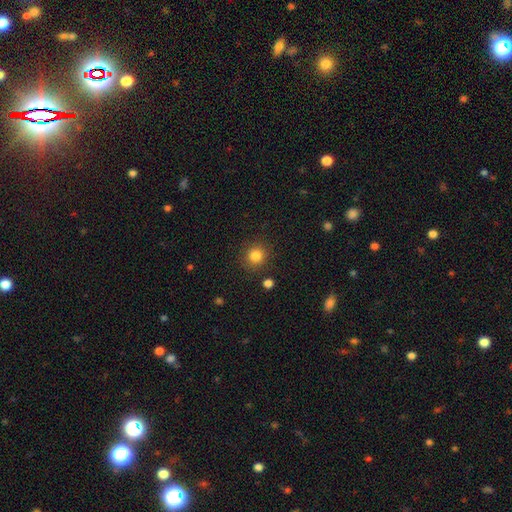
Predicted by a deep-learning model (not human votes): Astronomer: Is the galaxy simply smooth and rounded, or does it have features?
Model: smooth — 84%.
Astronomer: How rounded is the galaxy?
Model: round — 90%.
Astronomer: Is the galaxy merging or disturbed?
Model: none — 87%.